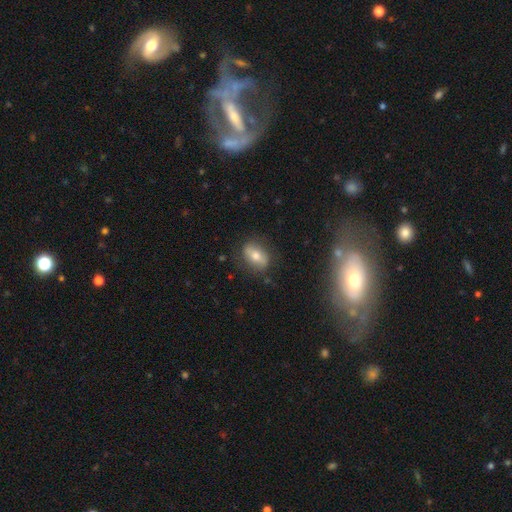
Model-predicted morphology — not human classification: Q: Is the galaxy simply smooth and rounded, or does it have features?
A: smooth — 57%.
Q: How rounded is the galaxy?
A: in between — 76%.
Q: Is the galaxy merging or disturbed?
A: none — 79%.